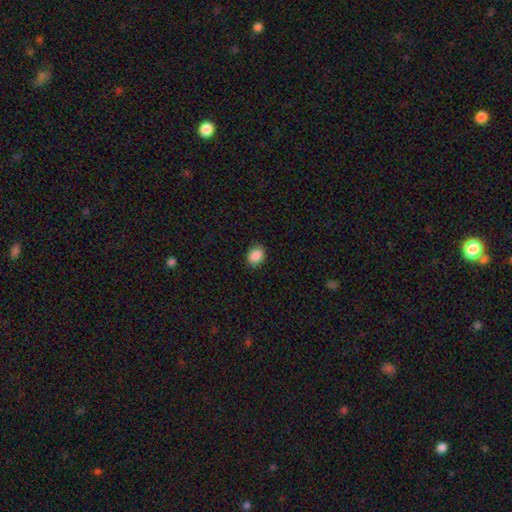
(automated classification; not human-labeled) This is clearly a smooth galaxy (89%). How rounded: possibly in between (55%). Merging: clearly none (88%).